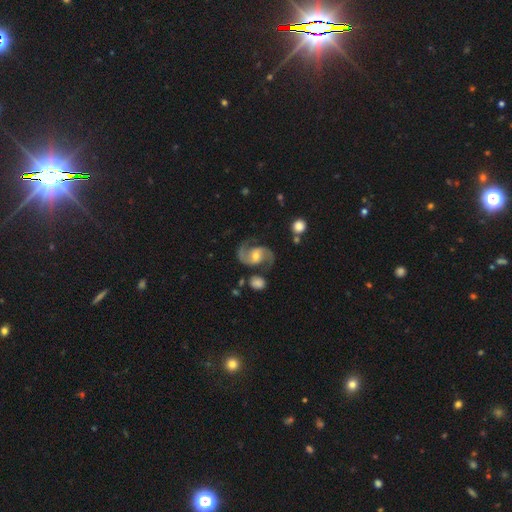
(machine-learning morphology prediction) A featured or disk galaxy (91%) with no bar (46%), 2 (94%) medium (55%) spiral arms (98%) and a moderate central bulge (63%).

Vote fractions:
- Smooth or featured? featured or disk: 91% / smooth: 5% / star or artifact: 5%
- Edge-on disk? no: 98% / yes: 2%
- Bar? no: 46% / weak: 39% / strong: 15%
- Spiral arms? yes: 98% / no: 2%
- Spiral winding? medium: 55% / loose: 32% / tight: 13%
- Spiral arm count? 2: 94% / can't tell: 2% / 1: 1% / 3: 1% / 4: 1% / more than 4: 1%
- Bulge size? moderate: 63% / small: 30% / large: 5% / none: 2% / dominant: 1%
- Merging? none: 76% / minor disturbance: 14% / major disturbance: 6% / merger: 4%